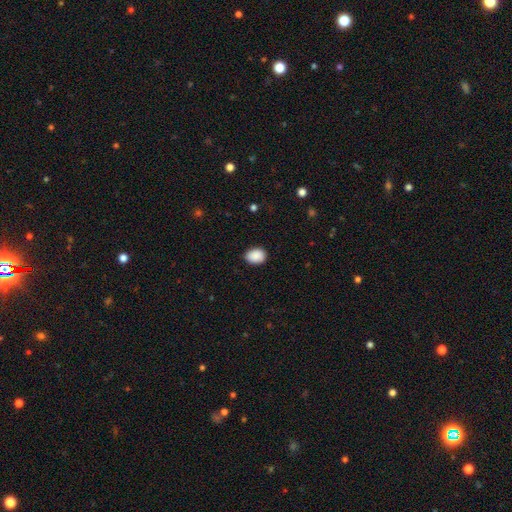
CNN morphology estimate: A smooth galaxy with no disk features (90%) that is in between round and cigar-shaped (68%).

Vote fractions:
- Smooth or featured? smooth: 90% / star or artifact: 7% / featured or disk: 3%
- How rounded? in between: 68% / round: 31% / cigar-shaped: 1%
- Merging? none: 86% / minor disturbance: 11% / major disturbance: 2% / merger: 1%